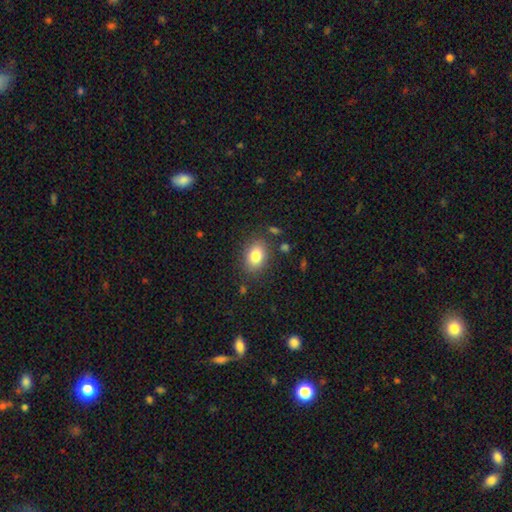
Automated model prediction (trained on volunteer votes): Smooth or featured: smooth — 82% (featured or disk — 9%)
How rounded: in between — 75% (round — 24%)
Merging: none — 82% (minor disturbance — 12%)